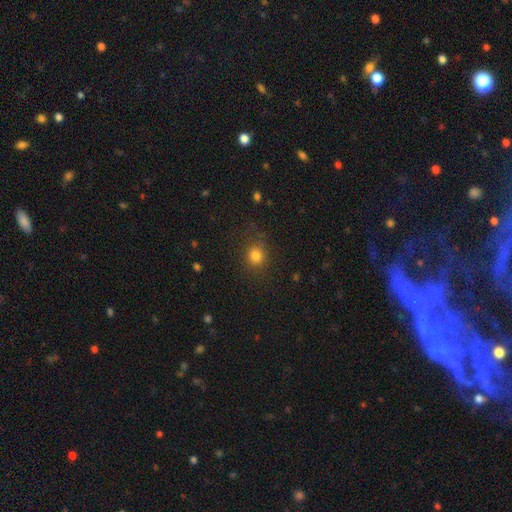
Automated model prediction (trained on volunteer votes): Smooth or featured? smooth (82%)
How rounded? round (83%)
Merging? none (79%)